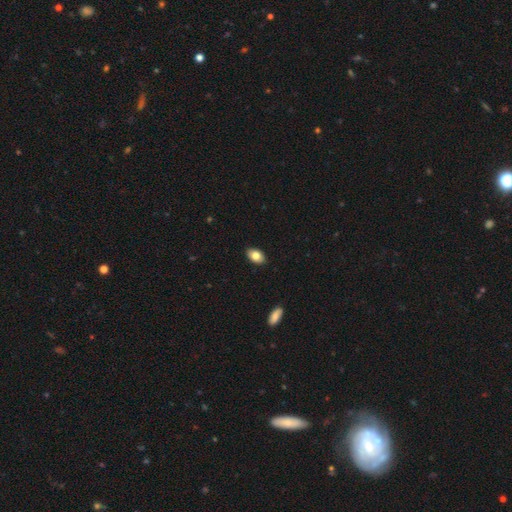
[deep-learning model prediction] The model was most divided on "smooth or featured": smooth: 81%, featured or disk: 12%, star or artifact: 7%. More confident: how rounded — in between (90%); merging — none (89%).